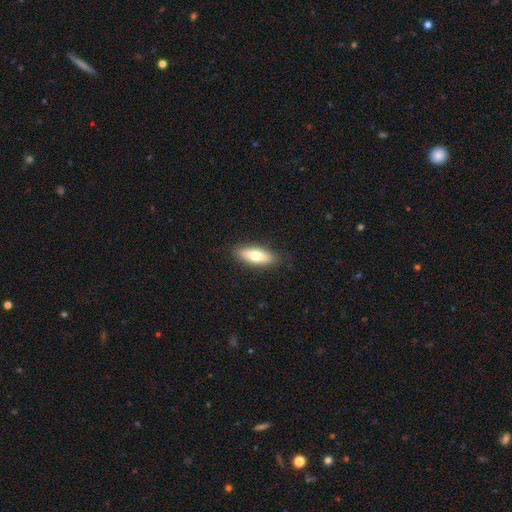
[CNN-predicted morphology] Q: Smooth or featured?
A: smooth (70%); runner-up: featured or disk (24%)
Q: How rounded?
A: in between (65%); runner-up: cigar-shaped (32%)
Q: Merging?
A: none (87%); runner-up: minor disturbance (10%)